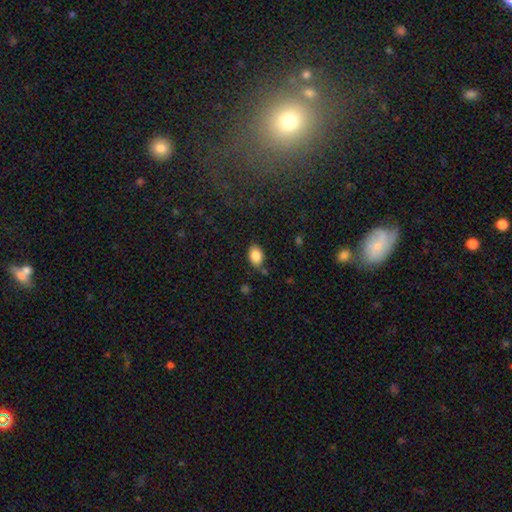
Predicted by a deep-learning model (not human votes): This is clearly a smooth galaxy (86%). How rounded: clearly in between (88%). Merging: likely none (77%).